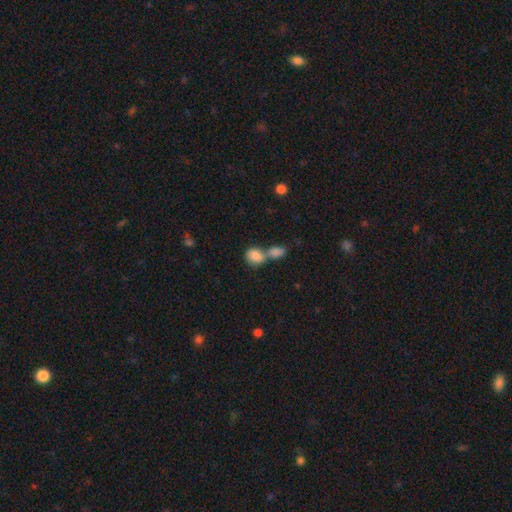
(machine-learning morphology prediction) Overall: smooth (85%). How rounded: in between (51%; round 47%). Merging: merger (65%; none 25%).